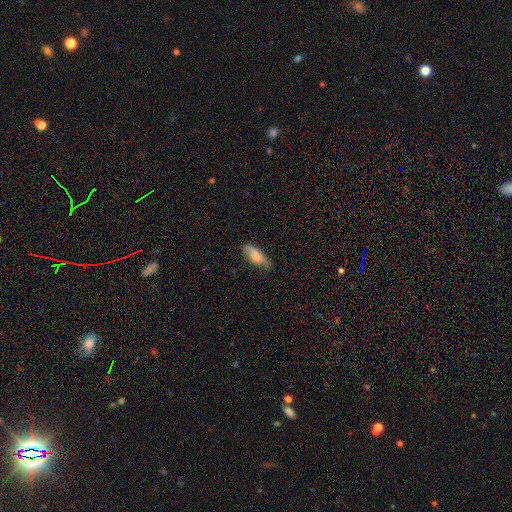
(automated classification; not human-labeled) smooth 74%, featured or disk 20%, star or artifact 7%. Down the decision tree: how rounded — in between (68%); merging — none (60%).